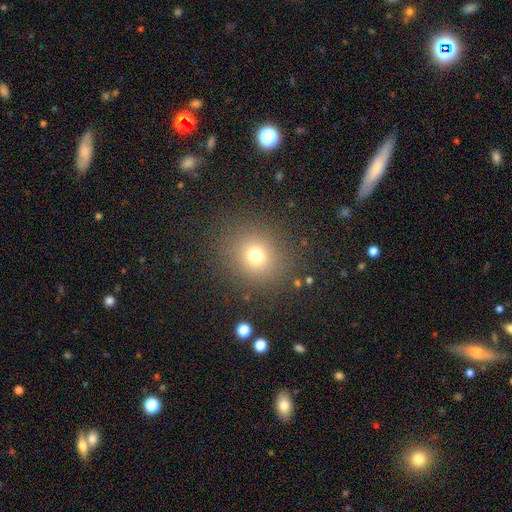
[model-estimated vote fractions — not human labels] Overall: smooth (72%). How rounded: round (82%). Merging: none (86%).